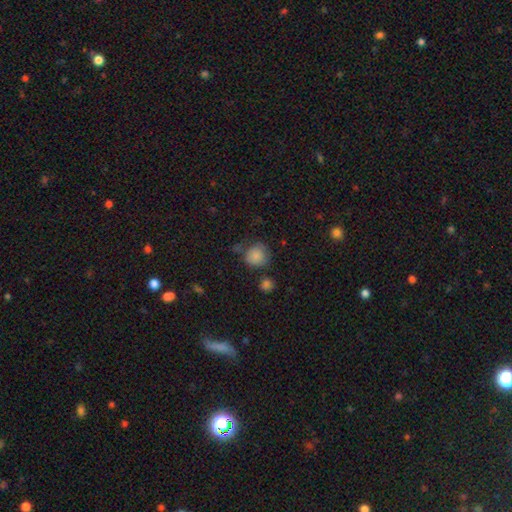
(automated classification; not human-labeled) Overall: smooth (84%). How rounded: round (85%). Merging: none (63%).